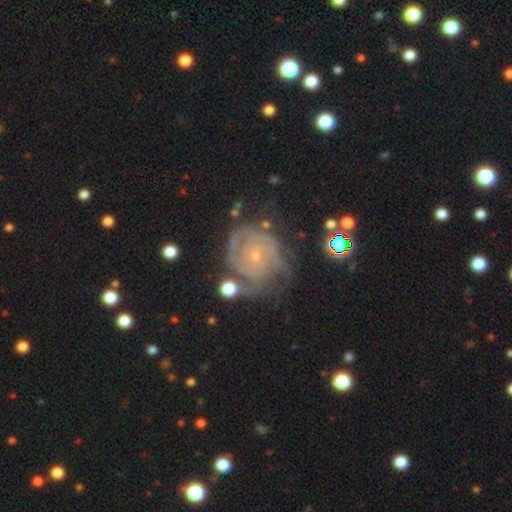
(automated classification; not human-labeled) Smooth or featured: featured or disk — 87% (star or artifact — 7%)
Edge-on disk: no — 98% (yes — 2%)
Bar: no — 75% (weak — 20%)
Spiral arms: yes — 97% (no — 3%)
Spiral winding: tight — 75% (medium — 22%)
Spiral arm count: 2 — 32% (3 — 26%)
Bulge size: small — 83% (moderate — 13%)
Merging: none — 65% (minor disturbance — 22%)